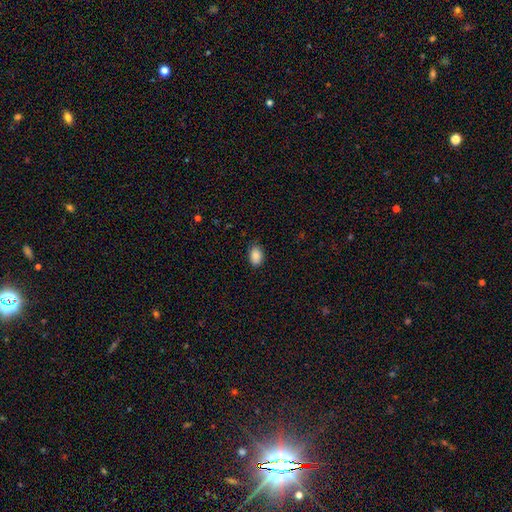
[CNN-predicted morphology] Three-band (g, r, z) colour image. It shows a smooth galaxy with no disk features (87%) that is in between round and cigar-shaped (86%). Merging: none (80%).